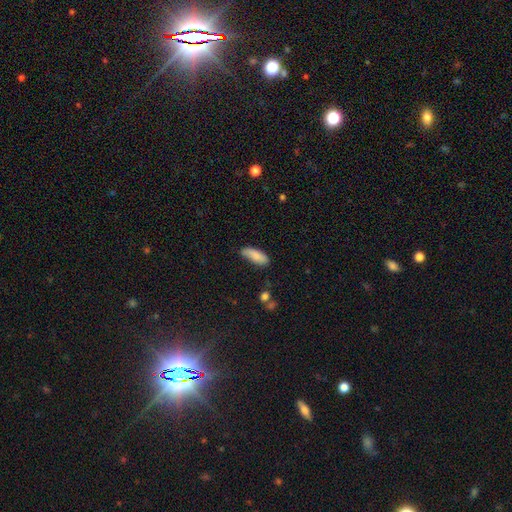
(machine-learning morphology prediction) type=smooth (85%); roundness=in between (69%); merging=none (68%).